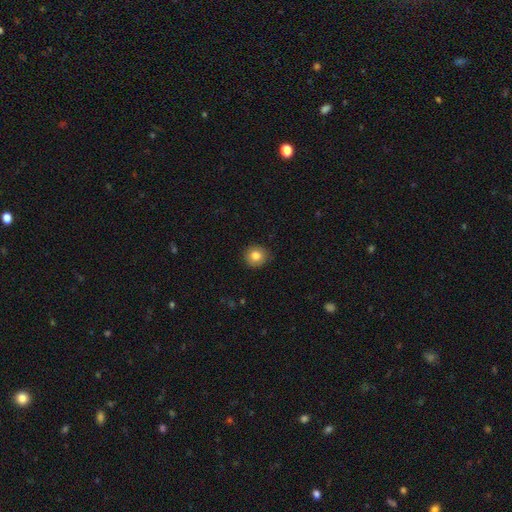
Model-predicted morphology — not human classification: This appears to be a smooth galaxy with no disk features (83%) that is round (90%). Merging: none (88%).